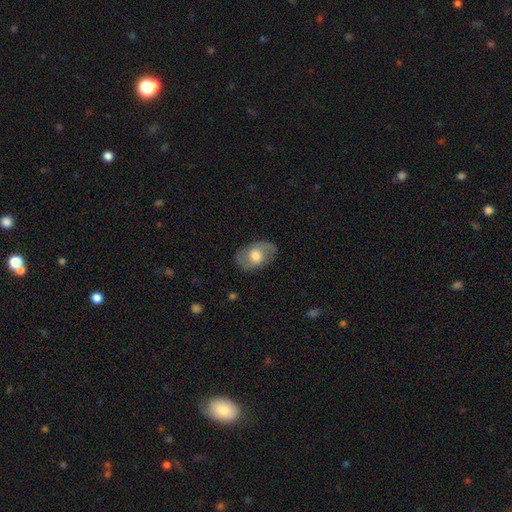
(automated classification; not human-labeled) This appears to be a featured or disk galaxy (49%). Merging: none (81%).